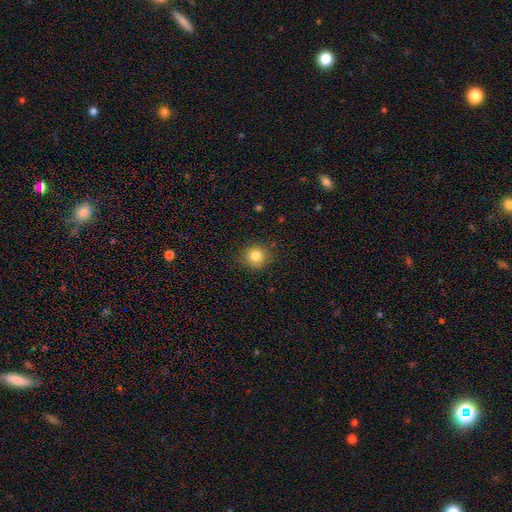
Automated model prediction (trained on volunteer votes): This appears to be a smooth galaxy with no disk features (80%) that is round (92%). Merging: none (88%).